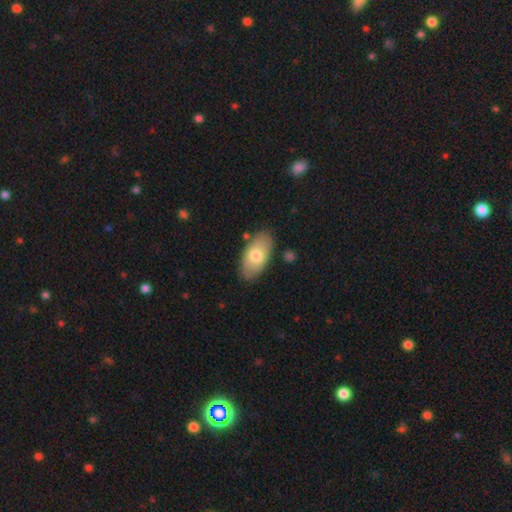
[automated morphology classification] Smooth or featured? Predicted: smooth (p=0.70). How rounded? Predicted: in between (p=0.94). Merging? Predicted: none (p=0.83).